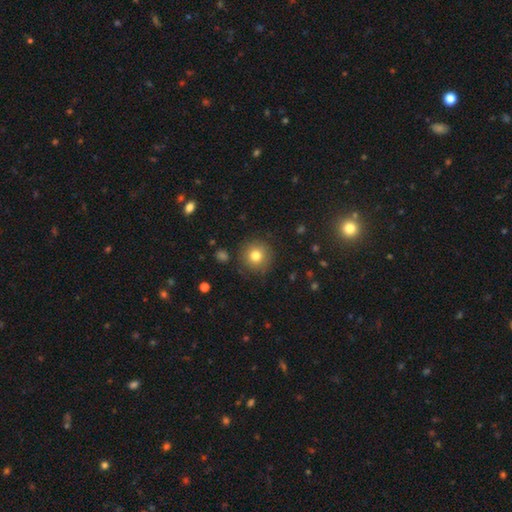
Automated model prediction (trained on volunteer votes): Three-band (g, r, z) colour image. It shows a smooth galaxy with no disk features (79%) that is round (95%). Merging: none (89%).